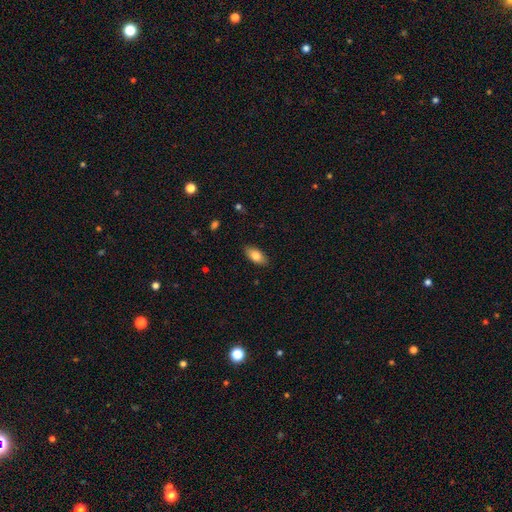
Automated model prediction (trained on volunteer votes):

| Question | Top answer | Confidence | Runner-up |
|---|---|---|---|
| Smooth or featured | smooth | 81% | featured or disk (12%) |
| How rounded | in between | 91% | cigar-shaped (6%) |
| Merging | none | 87% | minor disturbance (10%) |